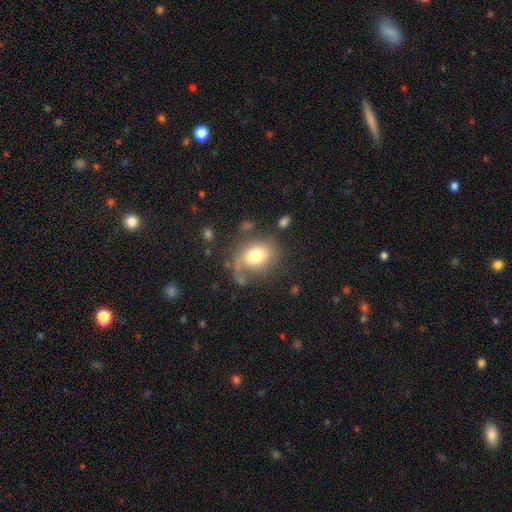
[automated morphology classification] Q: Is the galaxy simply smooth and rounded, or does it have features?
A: smooth — 70%.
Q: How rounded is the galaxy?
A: in between — 51%.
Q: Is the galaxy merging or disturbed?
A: none — 50%.